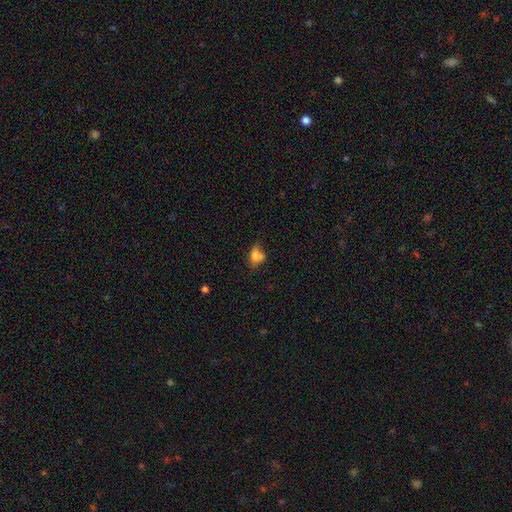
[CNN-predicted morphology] Overall: smooth (69%). How rounded: in between (68%; round 28%). Merging: none (39%; minor disturbance 26%).